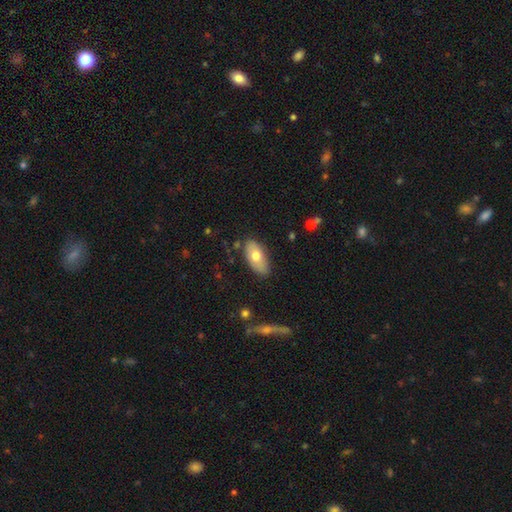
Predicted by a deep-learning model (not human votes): The model was most divided on "smooth or featured": smooth: 69%, featured or disk: 25%, star or artifact: 6%. More confident: how rounded — in between (92%); merging — none (79%).